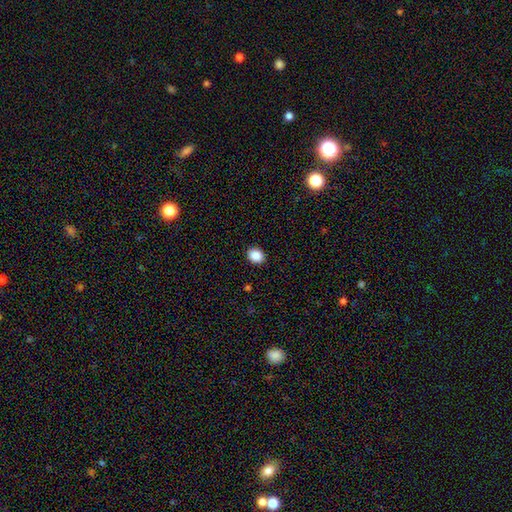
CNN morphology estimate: A smooth galaxy with no disk features (87%) that is round (55%).

Vote fractions:
- Smooth or featured? smooth: 87% / star or artifact: 9% / featured or disk: 3%
- How rounded? round: 55% / in between: 44% / cigar-shaped: 1%
- Merging? none: 92% / minor disturbance: 6% / major disturbance: 2% / merger: 1%